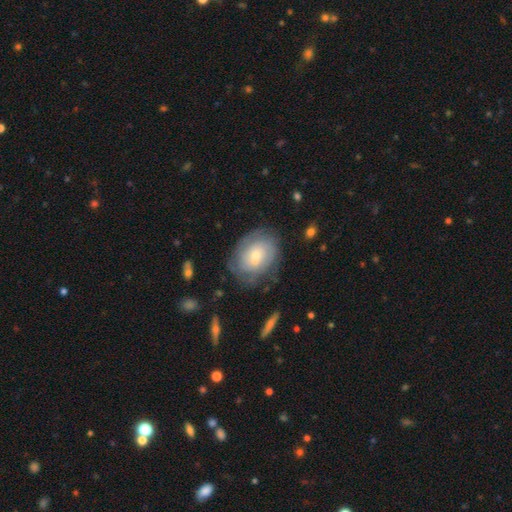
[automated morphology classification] A featured or disk galaxy (56%) with no bar (76%), spiral arms (74%) and a small central bulge (60%).

Vote fractions:
- Smooth or featured? featured or disk: 56% / smooth: 37% / star or artifact: 7%
- Edge-on disk? no: 96% / yes: 4%
- Bar? no: 76% / weak: 21% / strong: 4%
- Spiral arms? yes: 74% / no: 26%
- Bulge size? small: 60% / moderate: 33% / large: 4% / none: 2% / dominant: 1%
- Merging? none: 66% / minor disturbance: 21% / major disturbance: 9% / merger: 4%